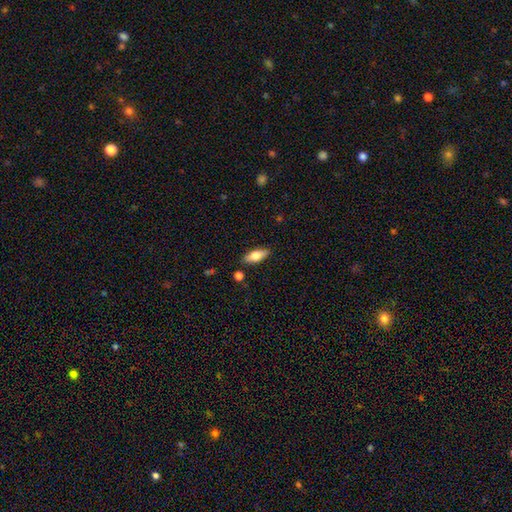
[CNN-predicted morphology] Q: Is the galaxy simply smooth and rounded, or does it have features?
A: smooth — 73%.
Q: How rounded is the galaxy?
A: in between — 75%.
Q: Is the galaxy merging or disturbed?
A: none — 85%.